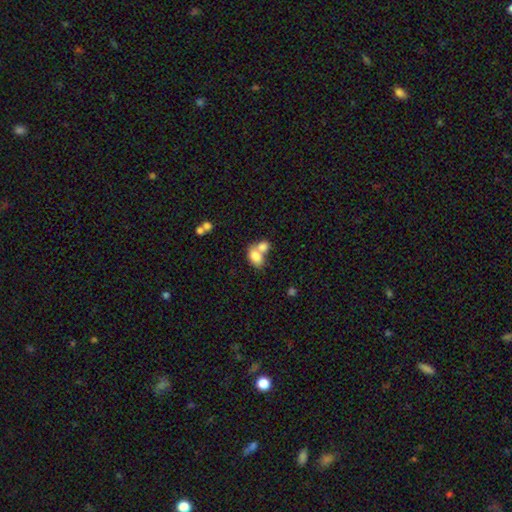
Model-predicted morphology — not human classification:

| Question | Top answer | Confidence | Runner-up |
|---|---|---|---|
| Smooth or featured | smooth | 79% | featured or disk (13%) |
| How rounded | in between | 82% | round (17%) |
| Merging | merger | 64% | none (24%) |